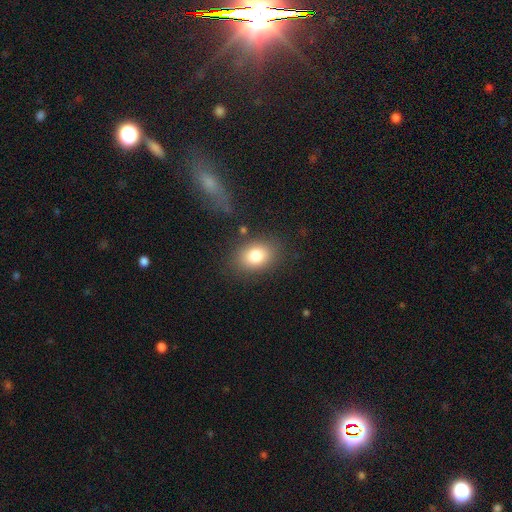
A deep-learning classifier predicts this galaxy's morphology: Smooth or featured?
  - smooth: 81% *
  - featured or disk: 10%
  - star or artifact: 9%
How rounded?
  - in between: 71% *
  - round: 28%
  - cigar-shaped: 1%
Merging?
  - none: 82% *
  - minor disturbance: 11%
  - major disturbance: 4%
  - merger: 3%